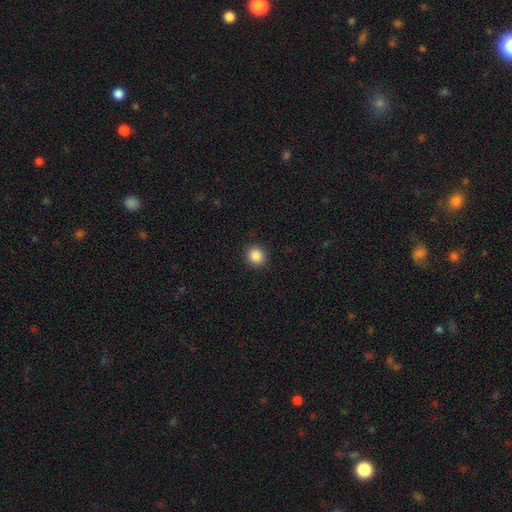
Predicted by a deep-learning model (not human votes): Smooth or featured? smooth (87%)
How rounded? round (86%)
Merging? none (91%)